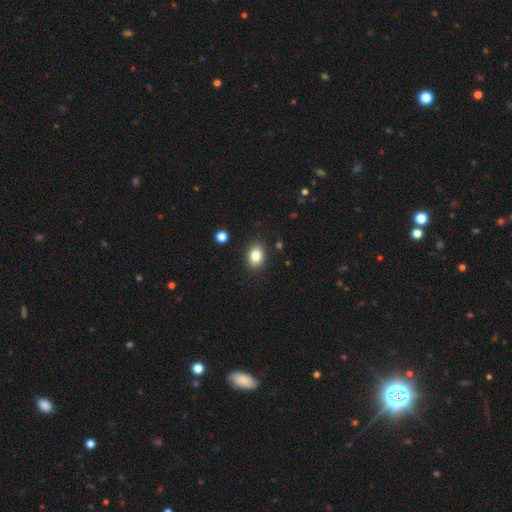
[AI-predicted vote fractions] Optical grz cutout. It shows a smooth galaxy with no disk features (83%) that is in between round and cigar-shaped (68%). Merging: none (88%).